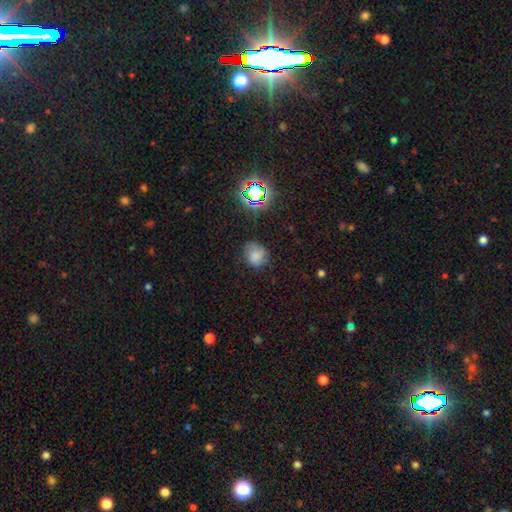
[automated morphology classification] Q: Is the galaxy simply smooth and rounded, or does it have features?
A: smooth — 69%.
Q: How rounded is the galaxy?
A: round — 65%.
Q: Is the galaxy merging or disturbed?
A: none — 64%.